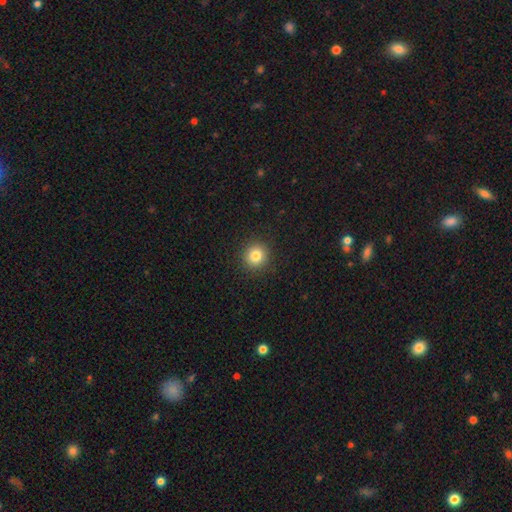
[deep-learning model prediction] This is clearly a smooth galaxy (83%). How rounded: clearly round (93%). Merging: clearly none (92%).